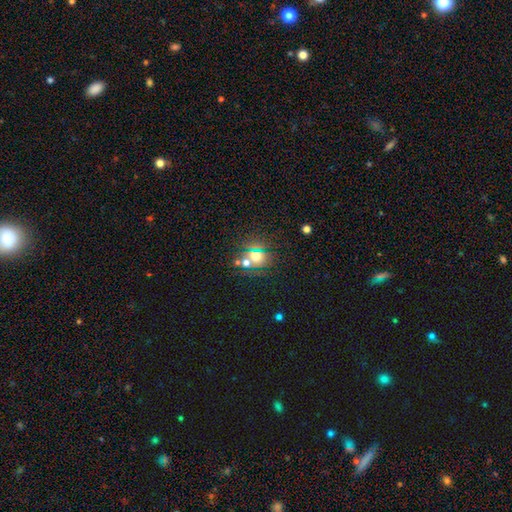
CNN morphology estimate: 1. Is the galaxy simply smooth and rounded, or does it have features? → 46% smooth, 39% star or artifact, 15% featured or disk.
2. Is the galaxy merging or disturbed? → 66% none, 17% merger, 11% minor disturbance, 6% major disturbance.